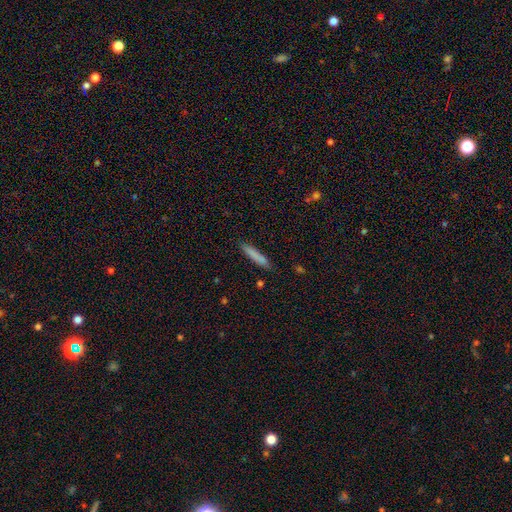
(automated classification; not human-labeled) Smooth or featured: smooth — 82% (featured or disk — 11%)
How rounded: cigar-shaped — 92% (in between — 7%)
Merging: none — 87% (minor disturbance — 10%)